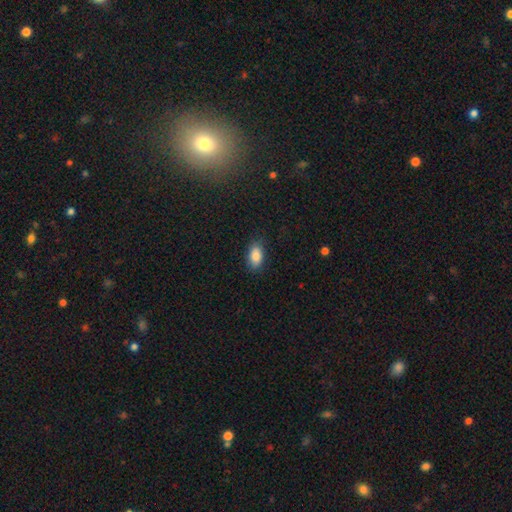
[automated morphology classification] Smooth or featured: smooth — 86% (star or artifact — 8%)
How rounded: in between — 91% (round — 6%)
Merging: none — 82% (minor disturbance — 14%)